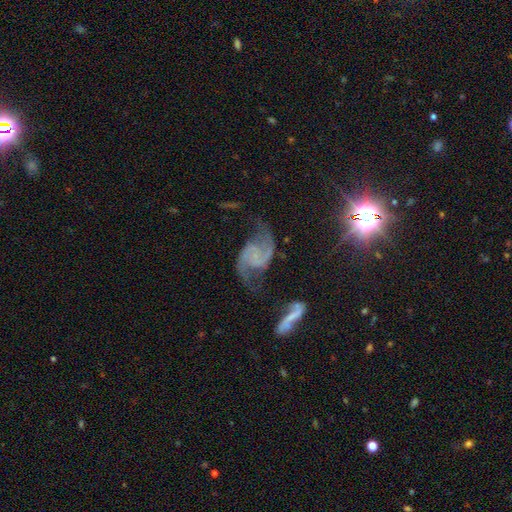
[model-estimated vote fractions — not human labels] Smooth or featured: featured or disk — 86% (star or artifact — 8%)
Edge-on disk: no — 97% (yes — 3%)
Bar: no — 55% (weak — 35%)
Spiral arms: yes — 96% (no — 4%)
Spiral winding: loose — 58% (medium — 33%)
Spiral arm count: 2 — 93% (can't tell — 2%)
Bulge size: none — 52% (small — 37%)
Merging: none — 57% (minor disturbance — 21%)